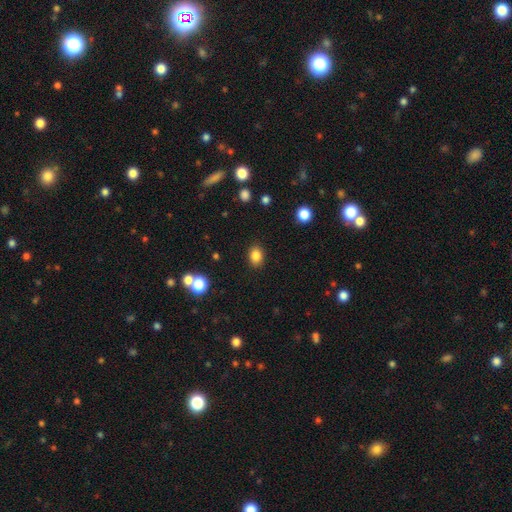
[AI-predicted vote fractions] Morphology: type=smooth (84%); roundness=in between (56%); merging=none (88%).